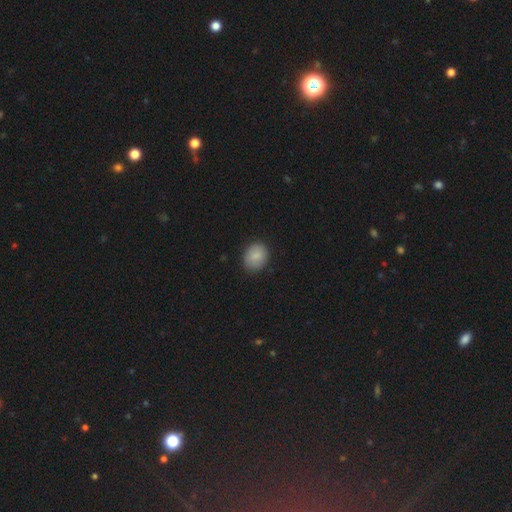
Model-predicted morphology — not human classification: The model was most divided on "how rounded": round: 52%, in between: 47%, cigar-shaped: 1%. More confident: smooth or featured — smooth (86%); merging — none (84%).